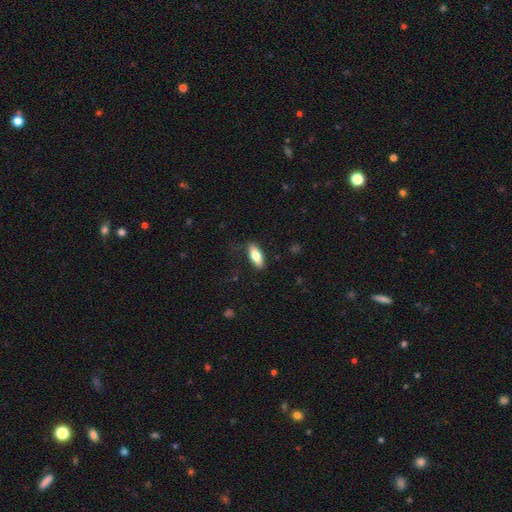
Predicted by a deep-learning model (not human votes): Smooth or featured? Predicted: smooth (p=0.75). How rounded? Predicted: in between (p=0.72). Merging? Predicted: none (p=0.82).